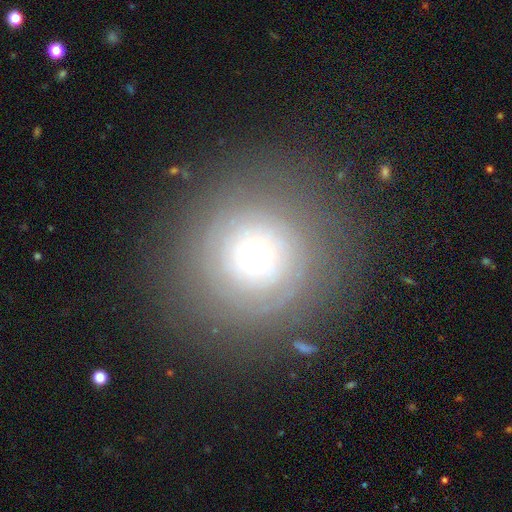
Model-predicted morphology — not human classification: featured or disk 48%, smooth 39%, star or artifact 13%. Down the decision tree: merging — none (82%).